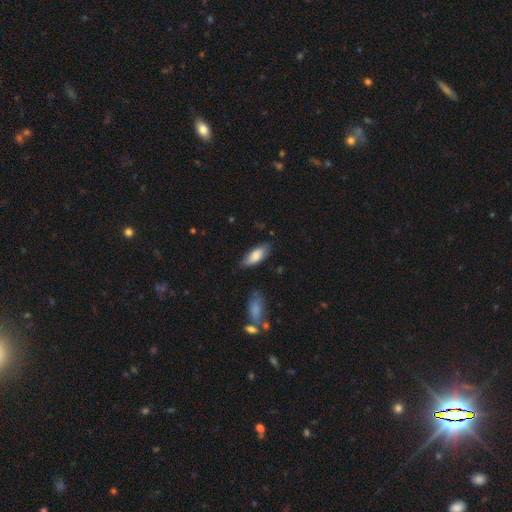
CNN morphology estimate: Smooth or featured? smooth (78%)
How rounded? in between (80%)
Merging? none (76%)